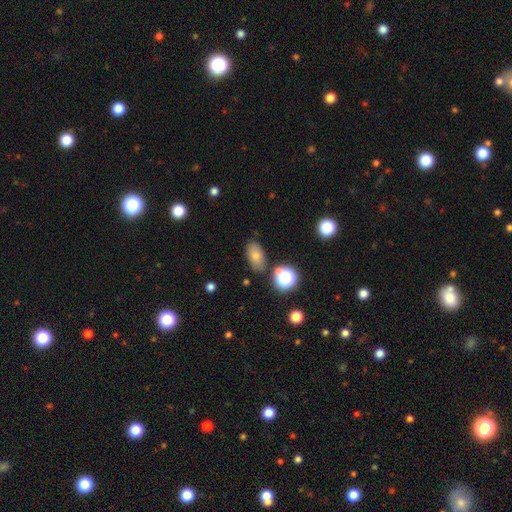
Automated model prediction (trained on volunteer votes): This is likely a smooth galaxy (72%). How rounded: clearly in between (87%). Merging: likely none (79%).